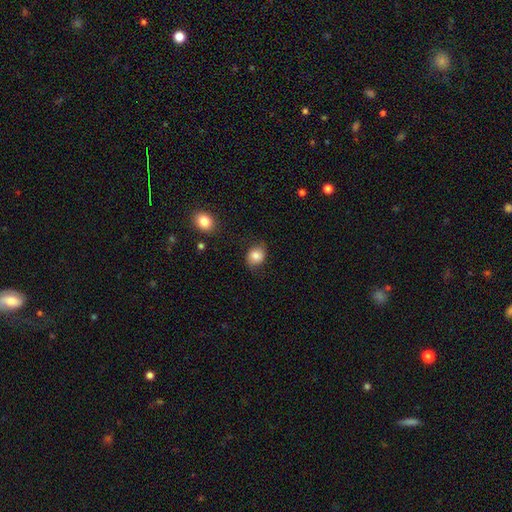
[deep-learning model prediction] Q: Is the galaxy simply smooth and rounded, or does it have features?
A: smooth — 80%.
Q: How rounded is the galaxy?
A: round — 55%.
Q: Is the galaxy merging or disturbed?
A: none — 72%.